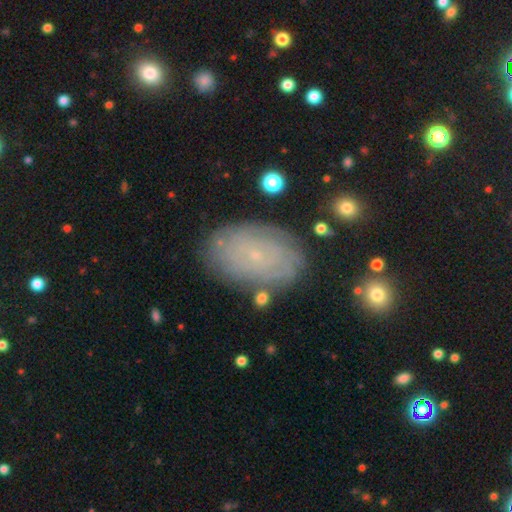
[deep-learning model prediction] smooth_or_featured: featured or disk (p=0.57) [alt: smooth p=0.33]
disk_edge_on: no (p=0.95) [alt: yes p=0.05]
bar: no (p=0.85) [alt: weak p=0.12]
has_spiral_arms: yes (p=0.72) [alt: no p=0.28]
bulge_size: small (p=0.90) [alt: moderate p=0.06]
merging: none (p=0.81) [alt: minor disturbance p=0.13]